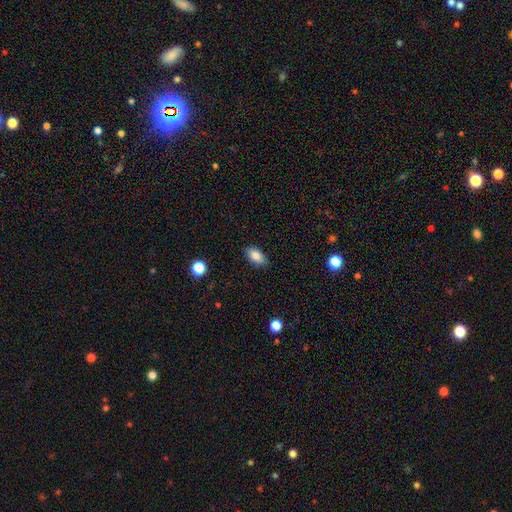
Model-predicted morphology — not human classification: Q: Smooth or featured?
A: smooth (85%); runner-up: star or artifact (8%)
Q: How rounded?
A: in between (90%); runner-up: round (6%)
Q: Merging?
A: none (83%); runner-up: minor disturbance (13%)